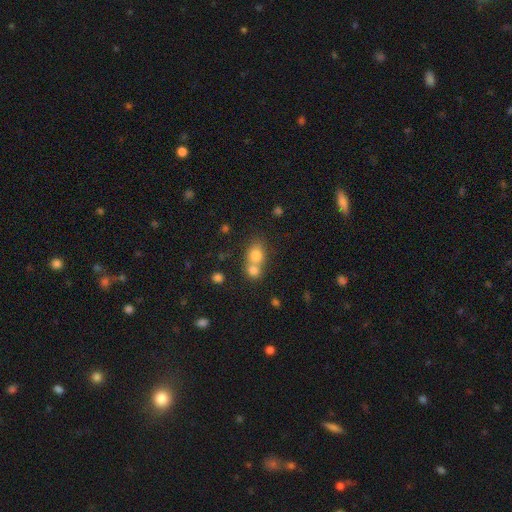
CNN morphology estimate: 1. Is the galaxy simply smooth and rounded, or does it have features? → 79% smooth, 11% star or artifact, 11% featured or disk.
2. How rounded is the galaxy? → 59% round, 40% in between, 1% cigar-shaped.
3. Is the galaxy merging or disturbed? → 59% merger, 31% none, 7% minor disturbance, 3% major disturbance.